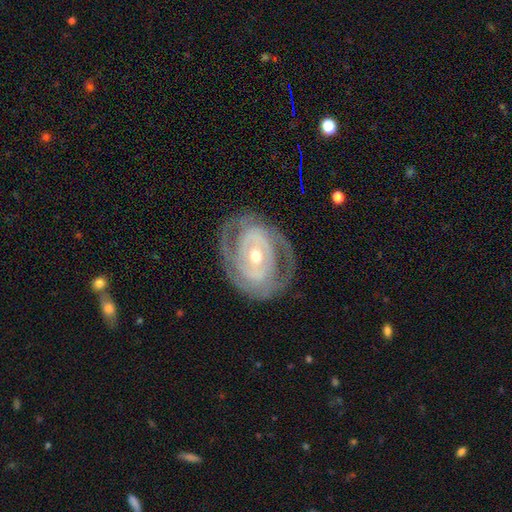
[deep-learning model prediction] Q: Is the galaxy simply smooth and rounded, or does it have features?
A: featured or disk — 84%.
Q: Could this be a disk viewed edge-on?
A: no — 96%.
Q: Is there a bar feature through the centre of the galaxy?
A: no — 50%.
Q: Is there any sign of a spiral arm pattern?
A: yes — 83%.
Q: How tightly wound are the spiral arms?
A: tight — 65%.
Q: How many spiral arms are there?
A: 2 — 52%.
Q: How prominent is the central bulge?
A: moderate — 59%.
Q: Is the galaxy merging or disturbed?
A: none — 74%.